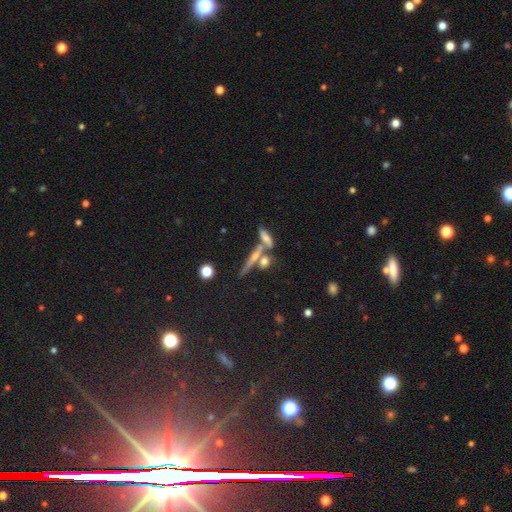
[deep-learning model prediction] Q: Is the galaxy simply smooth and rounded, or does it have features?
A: featured or disk — 53%.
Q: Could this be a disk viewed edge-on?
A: yes — 86%.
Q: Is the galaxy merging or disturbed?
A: none — 58%.